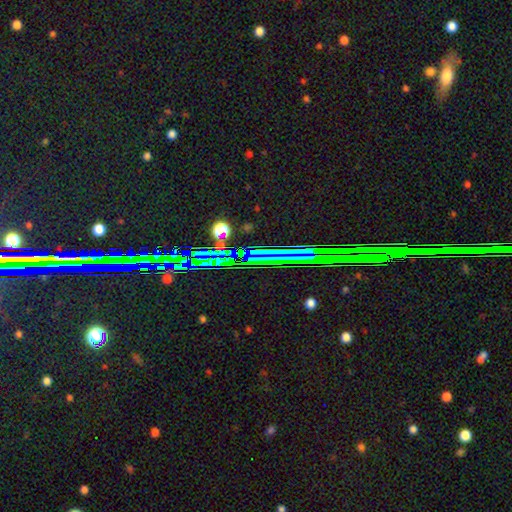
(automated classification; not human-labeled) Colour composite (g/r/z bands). It shows a star or artifact, not a galaxy (85%).